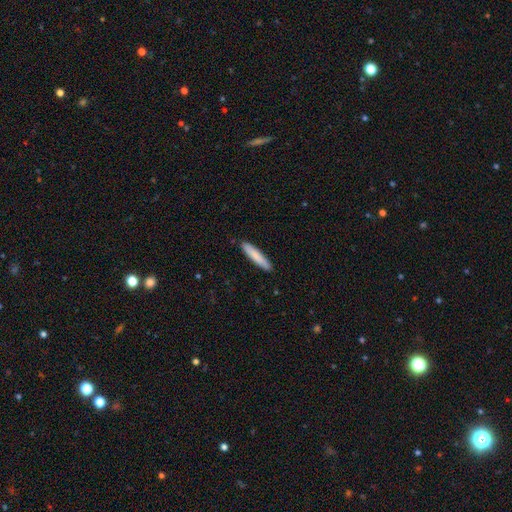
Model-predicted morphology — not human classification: Smooth or featured: smooth — 82% (featured or disk — 12%)
How rounded: cigar-shaped — 90% (in between — 9%)
Merging: none — 90% (minor disturbance — 8%)